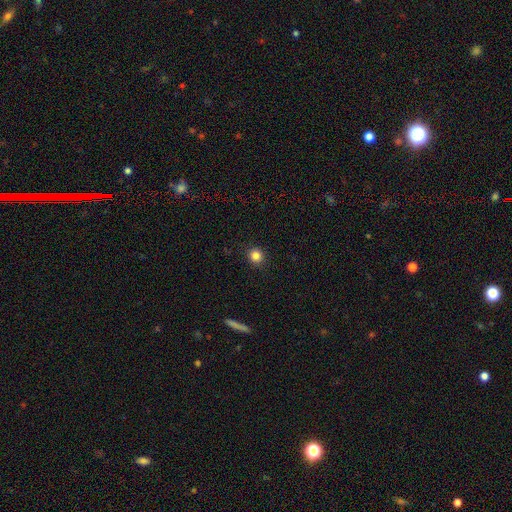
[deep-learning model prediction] Morphology: type=smooth (83%); roundness=round (91%); merging=none (92%).